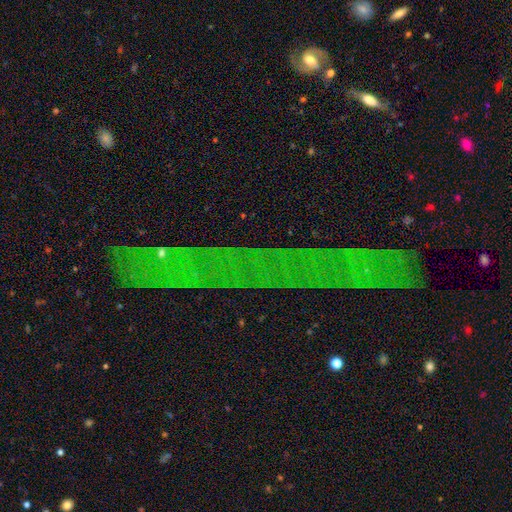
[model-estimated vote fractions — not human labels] Overall: star or artifact (79%).